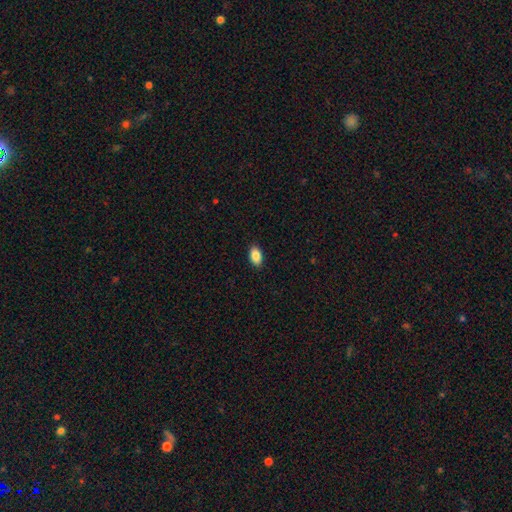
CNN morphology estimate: A smooth galaxy with no disk features (88%) that is in between round and cigar-shaped (92%).

Vote fractions:
- Smooth or featured? smooth: 88% / star or artifact: 7% / featured or disk: 5%
- How rounded? in between: 92% / round: 7% / cigar-shaped: 2%
- Merging? none: 90% / minor disturbance: 7% / major disturbance: 2% / merger: 1%